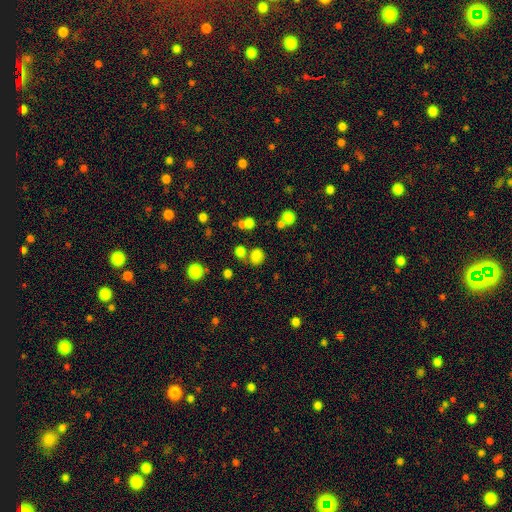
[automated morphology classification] smooth-or-featured: smooth: 77% | star or artifact: 17% | featured or disk: 7%
  how-rounded: round: 69% | in between: 30% | cigar-shaped: 1%
  merging: none: 67% | merger: 15% | minor disturbance: 13% | major disturbance: 5%